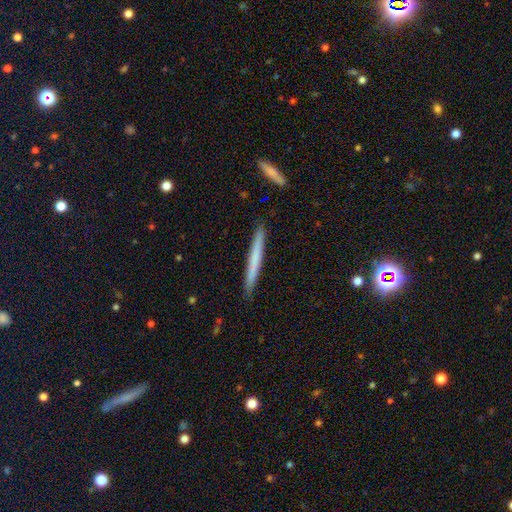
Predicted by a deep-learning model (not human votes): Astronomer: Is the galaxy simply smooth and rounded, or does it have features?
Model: smooth — 60%.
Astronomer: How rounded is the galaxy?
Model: cigar-shaped — 97%.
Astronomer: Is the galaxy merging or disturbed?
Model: none — 91%.